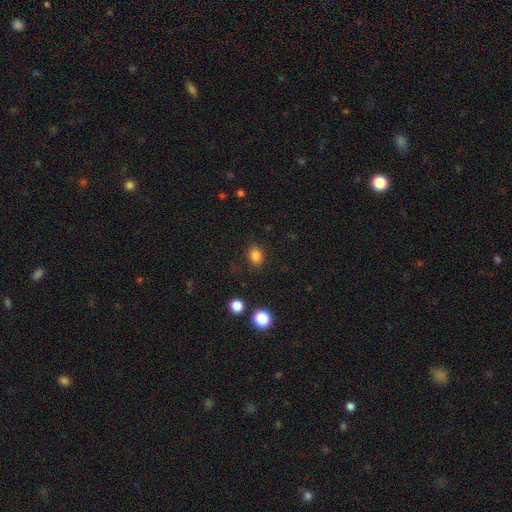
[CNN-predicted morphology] Overall: smooth (83%). How rounded: in between (56%; round 43%). Merging: none (85%).